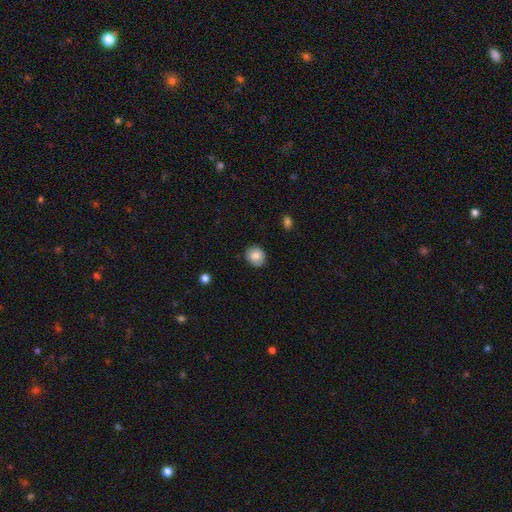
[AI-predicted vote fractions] A smooth galaxy with no disk features (79%) that is round (71%).

Vote fractions:
- Smooth or featured? smooth: 79% / featured or disk: 13% / star or artifact: 8%
- How rounded? round: 71% / in between: 28% / cigar-shaped: 1%
- Merging? none: 82% / minor disturbance: 14% / major disturbance: 3% / merger: 1%